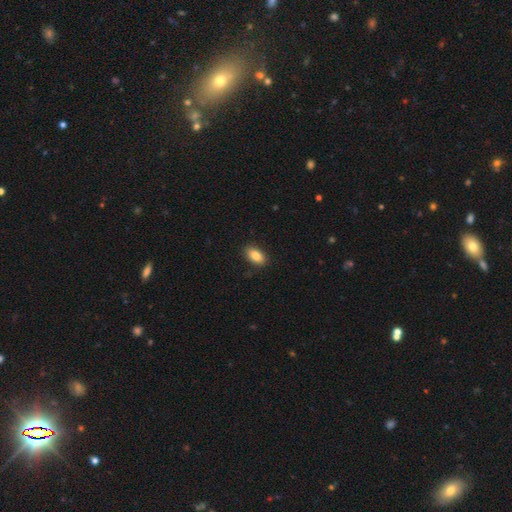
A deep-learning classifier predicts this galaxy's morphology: This is clearly a smooth galaxy (86%). How rounded: clearly in between (91%). Merging: clearly none (88%).